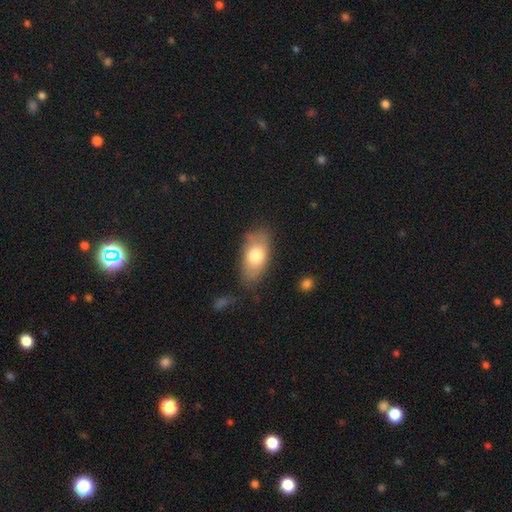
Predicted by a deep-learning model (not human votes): Smooth or featured: smooth — 73% (featured or disk — 20%)
How rounded: in between — 90% (round — 5%)
Merging: none — 73% (minor disturbance — 19%)